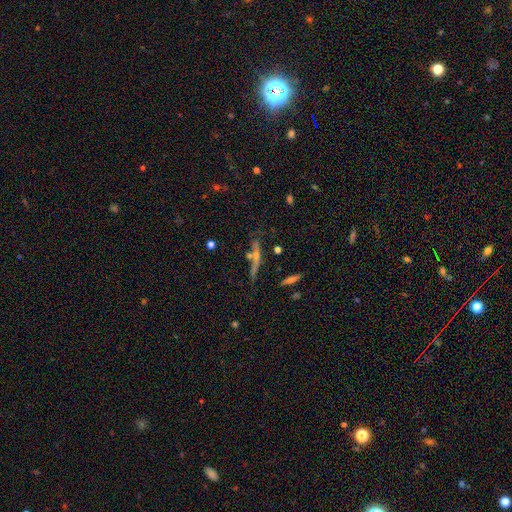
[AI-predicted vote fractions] Smooth or featured: featured or disk — 57% (smooth — 27%)
Edge-on disk: yes — 84% (no — 16%)
Merging: none — 62% (minor disturbance — 16%)